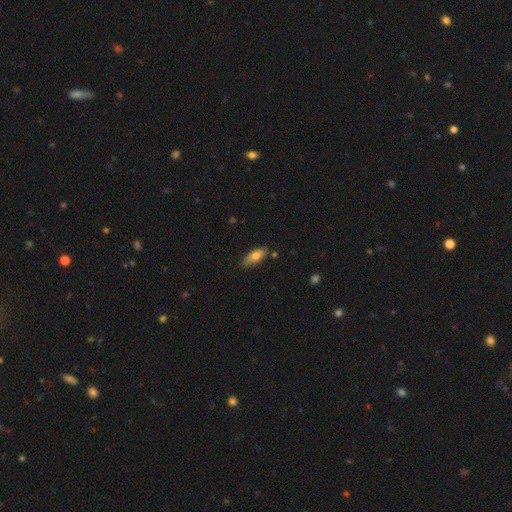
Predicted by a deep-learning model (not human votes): smooth 73%, featured or disk 20%, star or artifact 7%. Down the decision tree: how rounded — in between (75%); merging — none (78%).